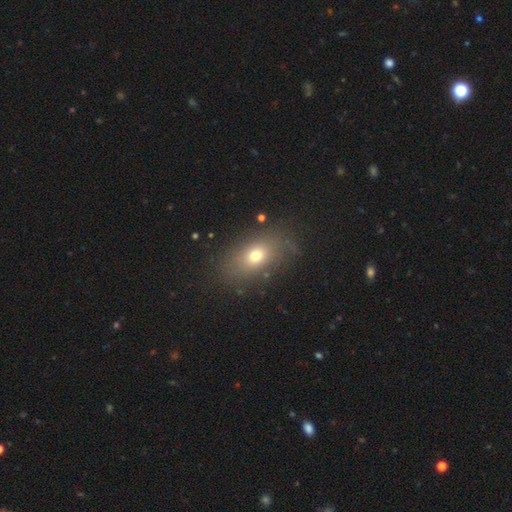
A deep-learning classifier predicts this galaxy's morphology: This appears to be a smooth galaxy with no disk features (69%) that is in between round and cigar-shaped (76%). Merging: none (81%).